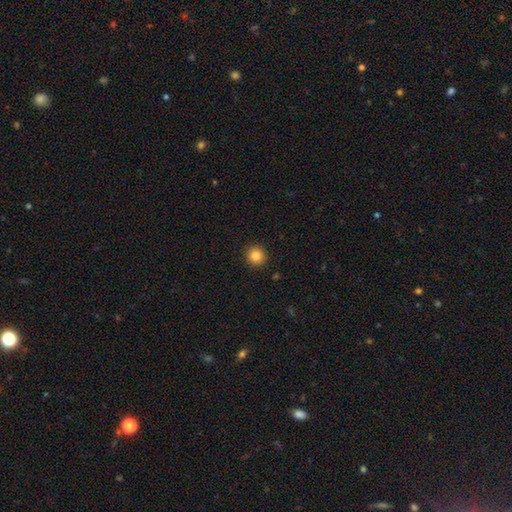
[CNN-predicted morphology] A smooth galaxy with no disk features (84%) that is round (95%).

Vote fractions:
- Smooth or featured? smooth: 84% / star or artifact: 10% / featured or disk: 5%
- How rounded? round: 95% / in between: 4% / cigar-shaped: 1%
- Merging? none: 93% / minor disturbance: 5% / major disturbance: 2% / merger: 1%